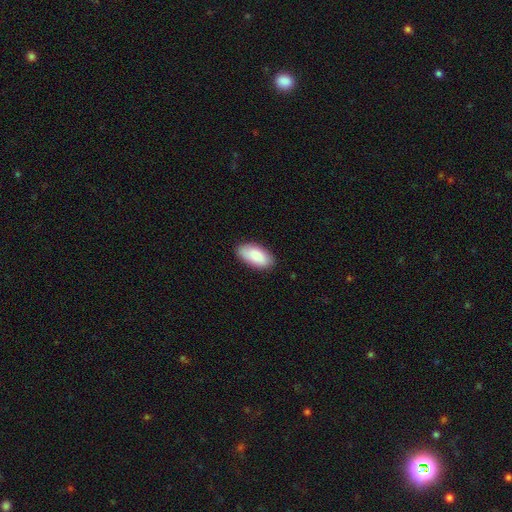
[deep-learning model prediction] smooth 89%, featured or disk 6%, star or artifact 6%. Down the decision tree: how rounded — in between (94%); merging — none (86%).